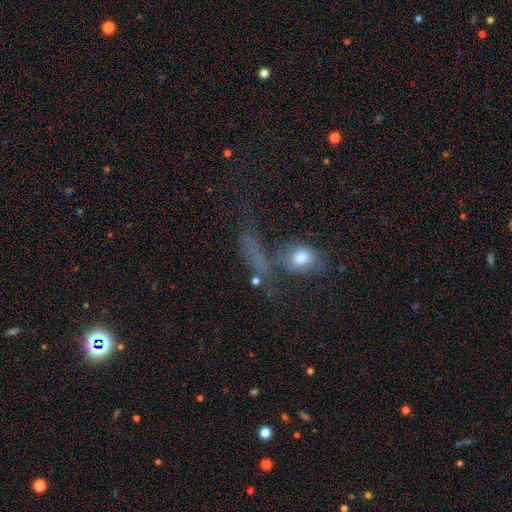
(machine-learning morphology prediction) This is possibly a smooth galaxy (54%). How rounded: marginally round (42%). Merging: marginally none (39%).